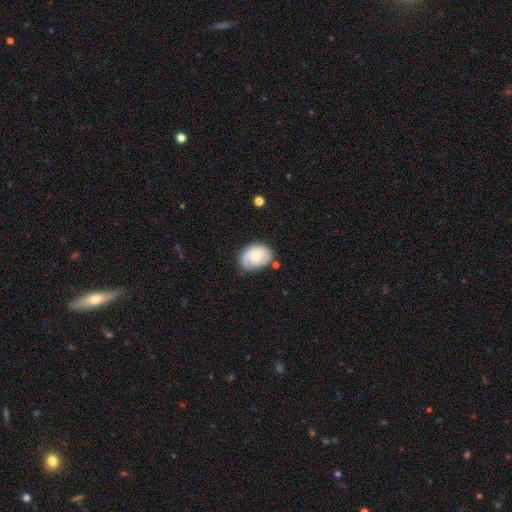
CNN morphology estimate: Smooth or featured? smooth (50%)
How rounded? in between (71%)
Merging? none (61%)